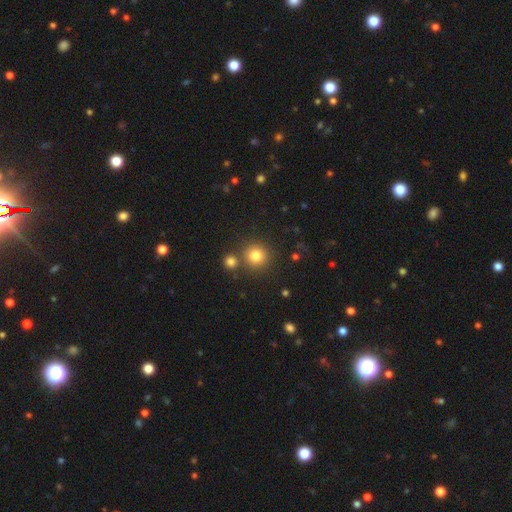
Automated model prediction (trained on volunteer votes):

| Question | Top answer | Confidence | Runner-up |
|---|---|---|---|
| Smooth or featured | smooth | 81% | star or artifact (13%) |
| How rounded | round | 93% | in between (6%) |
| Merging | none | 79% | merger (11%) |